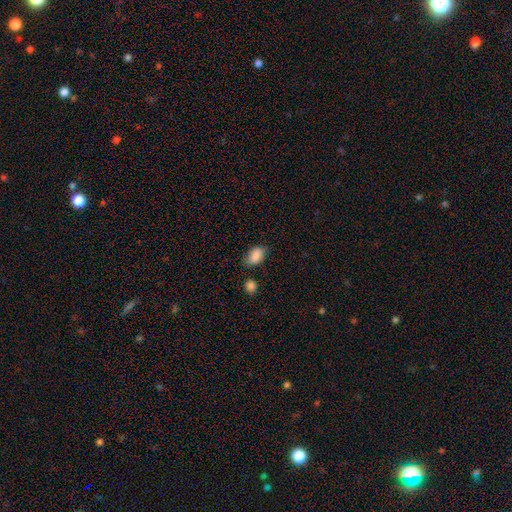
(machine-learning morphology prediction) A smooth galaxy with no disk features (87%) that is in between round and cigar-shaped (87%). Merging: none (70%).